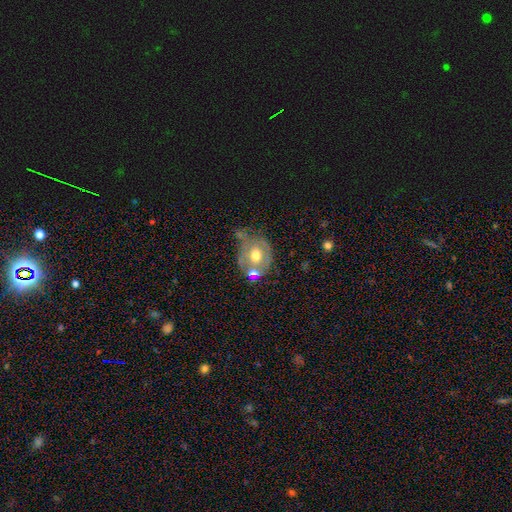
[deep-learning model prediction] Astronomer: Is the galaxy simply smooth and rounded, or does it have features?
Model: featured or disk — 48% (runner-up: smooth, 43%).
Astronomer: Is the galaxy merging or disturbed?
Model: none — 38% (runner-up: merger, 25%).